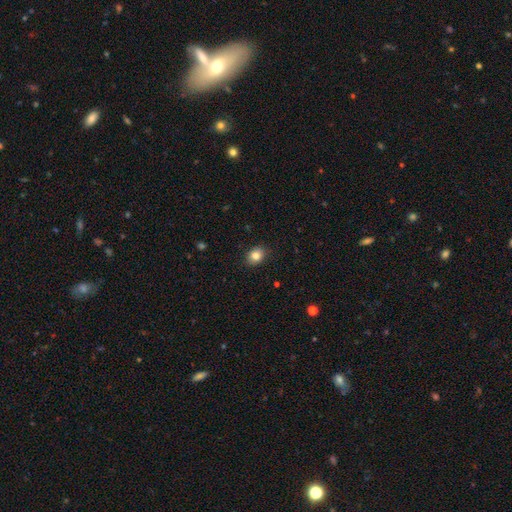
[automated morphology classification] Smooth or featured?
  - smooth: 84% *
  - star or artifact: 10%
  - featured or disk: 7%
How rounded?
  - in between: 51% *
  - round: 48%
  - cigar-shaped: 1%
Merging?
  - none: 89% *
  - minor disturbance: 8%
  - major disturbance: 2%
  - merger: 1%